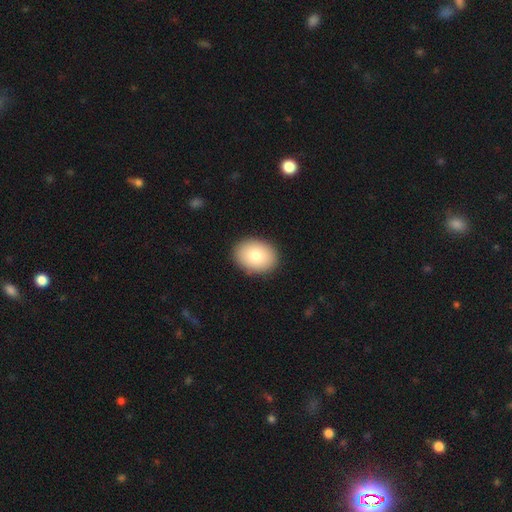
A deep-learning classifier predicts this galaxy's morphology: A smooth galaxy with no disk features (82%) that is in between round and cigar-shaped (67%). Merging: none (90%).